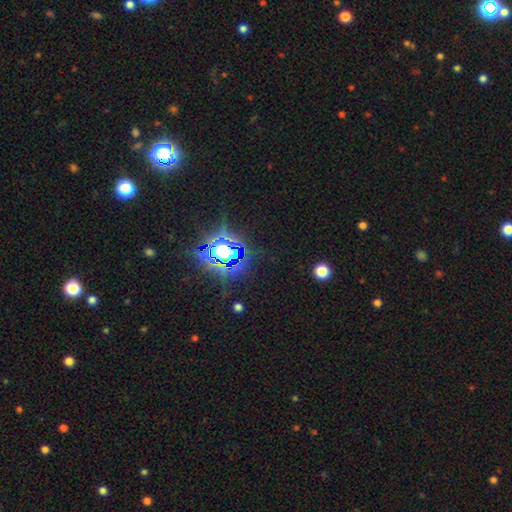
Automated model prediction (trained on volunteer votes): smooth_or_featured: star or artifact (p=0.82) [alt: smooth p=0.11]